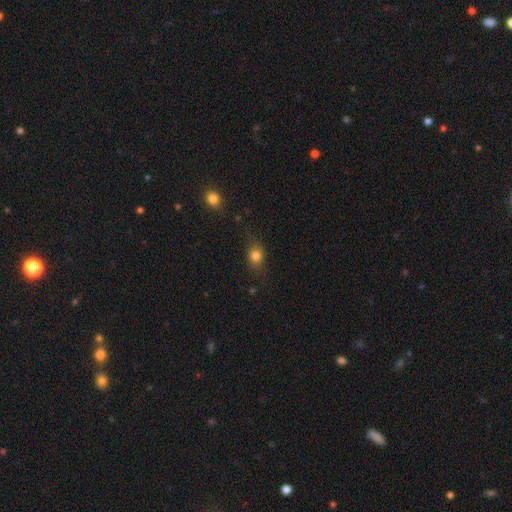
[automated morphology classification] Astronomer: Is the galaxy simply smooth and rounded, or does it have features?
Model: smooth — 78%.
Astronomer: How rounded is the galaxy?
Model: in between — 51% (runner-up: round, 46%).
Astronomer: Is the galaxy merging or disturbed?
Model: none — 74%.